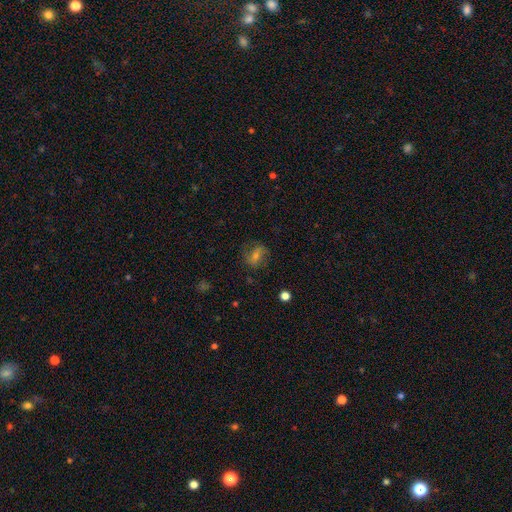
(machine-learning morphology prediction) Smooth or featured?
  - featured or disk: 44% *
  - smooth: 38%
  - star or artifact: 18%
Merging?
  - none: 74% *
  - minor disturbance: 16%
  - major disturbance: 8%
  - merger: 2%